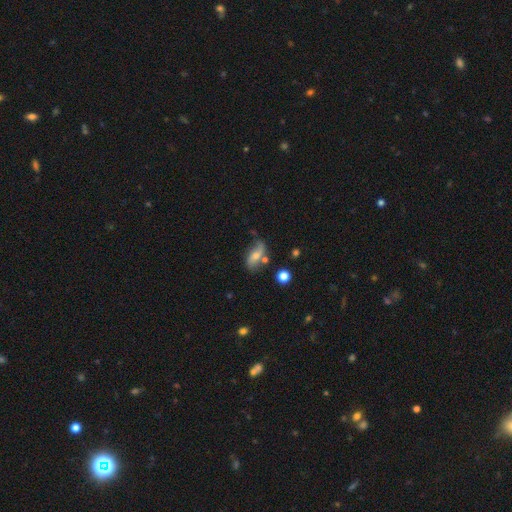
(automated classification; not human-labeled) Smooth or featured?
  - featured or disk: 46% *
  - smooth: 44%
  - star or artifact: 10%
Merging?
  - none: 55% *
  - minor disturbance: 24%
  - merger: 12%
  - major disturbance: 10%